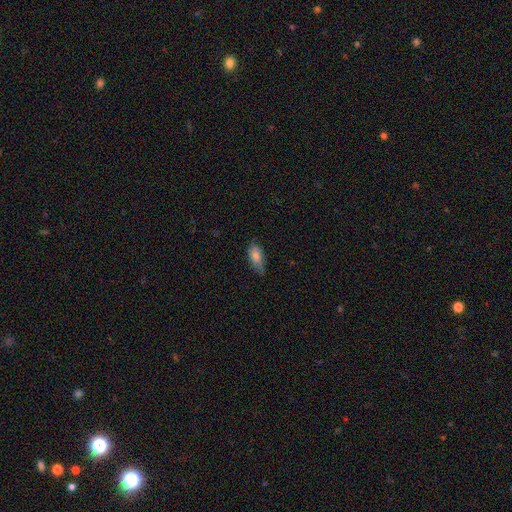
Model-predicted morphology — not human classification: A smooth galaxy with no disk features (79%) that is in between round and cigar-shaped (86%).

Vote fractions:
- Smooth or featured? smooth: 79% / featured or disk: 13% / star or artifact: 7%
- How rounded? in between: 86% / cigar-shaped: 11% / round: 3%
- Merging? none: 62% / minor disturbance: 32% / major disturbance: 5% / merger: 1%